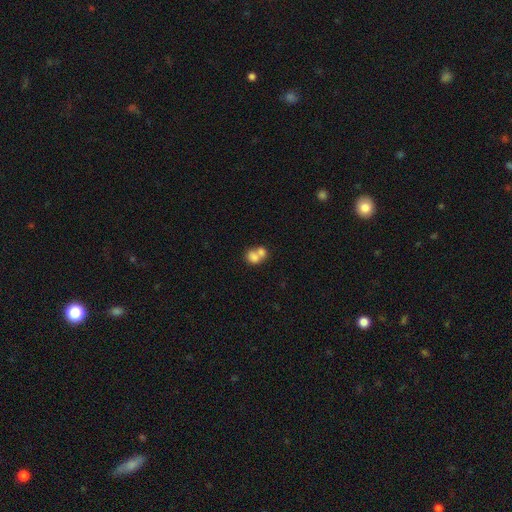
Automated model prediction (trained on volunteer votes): Morphology: type=smooth (74%); roundness=round (50%); merging=merger (69%).